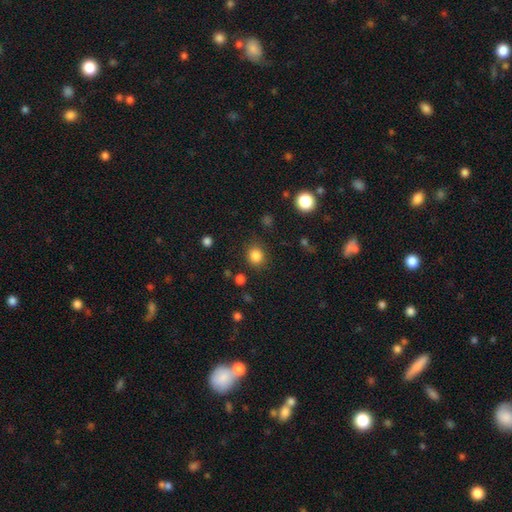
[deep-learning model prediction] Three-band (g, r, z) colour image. It shows a smooth galaxy with no disk features (84%) that is round (82%). Merging: none (85%).